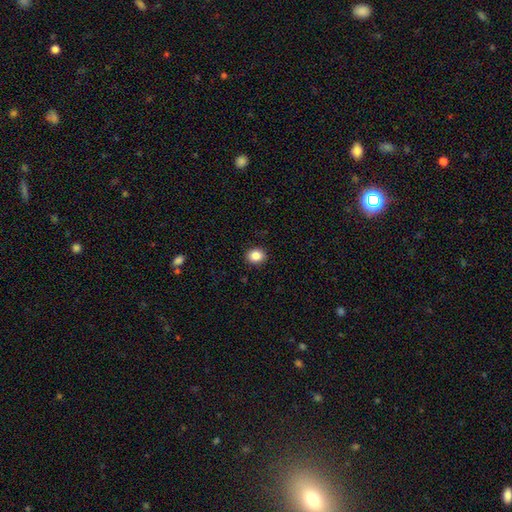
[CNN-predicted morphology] Smooth or featured?
  - smooth: 86% *
  - star or artifact: 10%
  - featured or disk: 4%
How rounded?
  - round: 68% *
  - in between: 31%
  - cigar-shaped: 1%
Merging?
  - none: 91% *
  - minor disturbance: 7%
  - major disturbance: 2%
  - merger: 1%